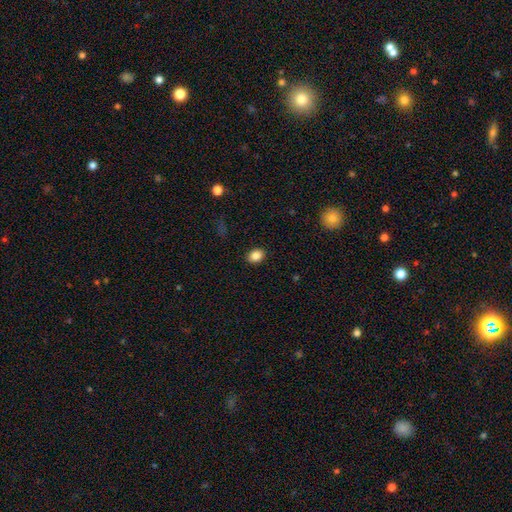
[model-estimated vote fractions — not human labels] smooth-or-featured: smooth: 85% | star or artifact: 9% | featured or disk: 6%
  how-rounded: in between: 62% | round: 37% | cigar-shaped: 1%
  merging: none: 90% | minor disturbance: 7% | major disturbance: 2% | merger: 1%